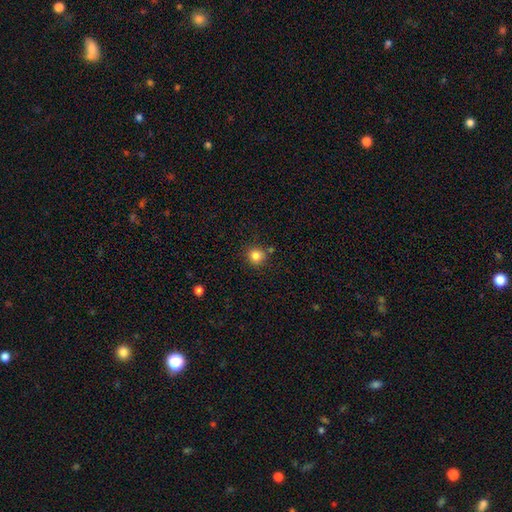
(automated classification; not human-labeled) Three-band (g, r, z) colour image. It shows a smooth galaxy with no disk features (83%) that is round (92%). Merging: none (83%).